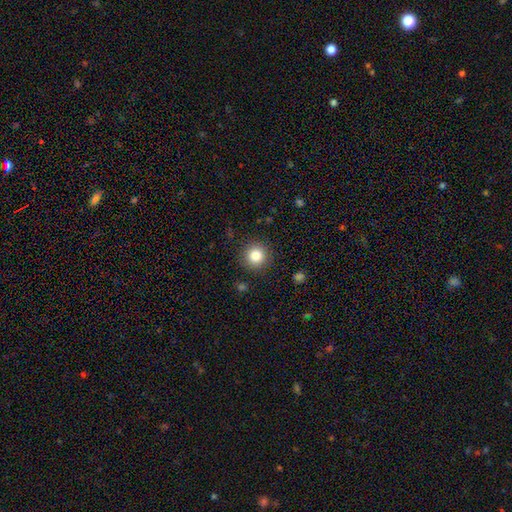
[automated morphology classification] A smooth galaxy with no disk features (83%) that is round (94%).

Vote fractions:
- Smooth or featured? smooth: 83% / star or artifact: 10% / featured or disk: 7%
- How rounded? round: 94% / in between: 5% / cigar-shaped: 1%
- Merging? none: 90% / minor disturbance: 6% / major disturbance: 3% / merger: 1%